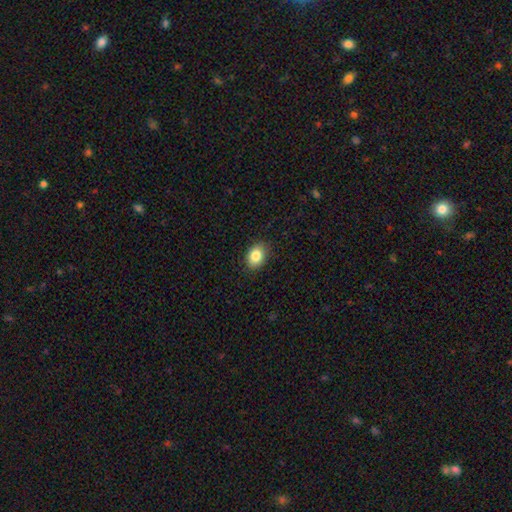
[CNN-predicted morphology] smooth_or_featured: smooth (p=0.84) [alt: star or artifact p=0.09]
how_rounded: in between (p=0.73) [alt: round p=0.26]
merging: none (p=0.87) [alt: minor disturbance p=0.10]